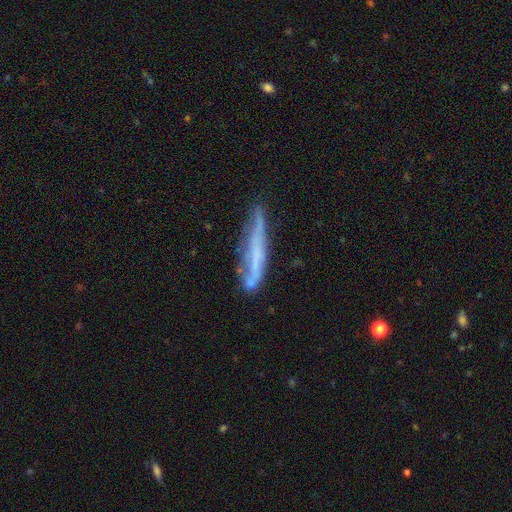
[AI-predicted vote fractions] A featured or disk galaxy (55%) viewed edge-on (78%).

Vote fractions:
- Smooth or featured? featured or disk: 55% / smooth: 37% / star or artifact: 8%
- Edge-on disk? yes: 78% / no: 22%
- Merging? none: 60% / minor disturbance: 25% / major disturbance: 9% / merger: 6%